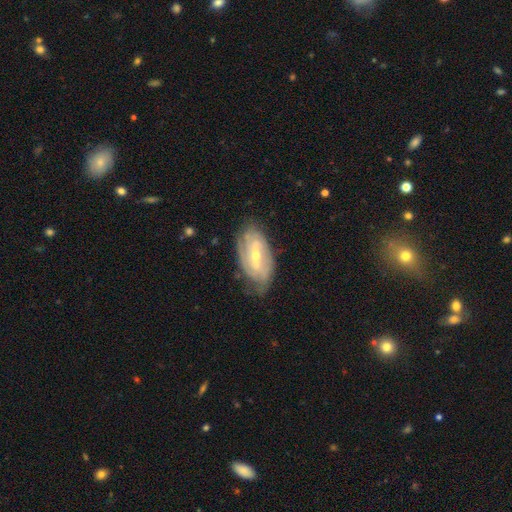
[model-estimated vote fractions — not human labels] Overall: featured or disk (80%). Edge-on disk: no (93%). Bar: weak (44%; strong 37%). Spiral arms: yes (89%). Spiral arm count: 2 (40%; can't tell 34%). Spiral winding: tight (57%; medium 32%). Bulge size: small (53%; moderate 43%). Merging: none (70%).